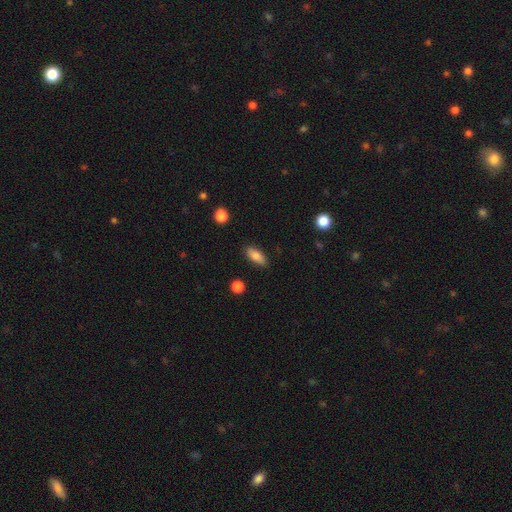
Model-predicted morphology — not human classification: Overall: smooth (81%). How rounded: in between (79%). Merging: none (86%).